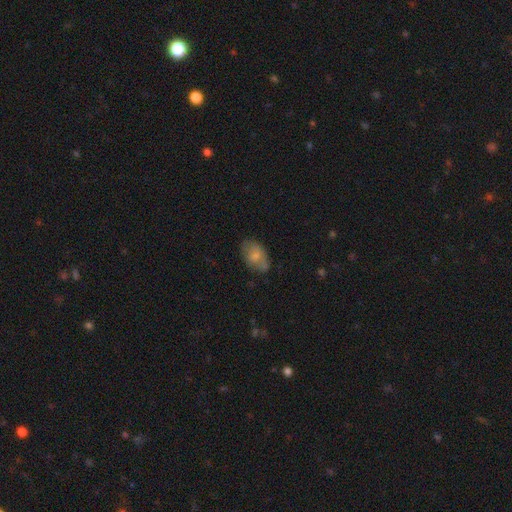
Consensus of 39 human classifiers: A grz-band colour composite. It shows a smooth galaxy with no disk features (72%) that is in between round and cigar-shaped (93%). Merging: none (53%).